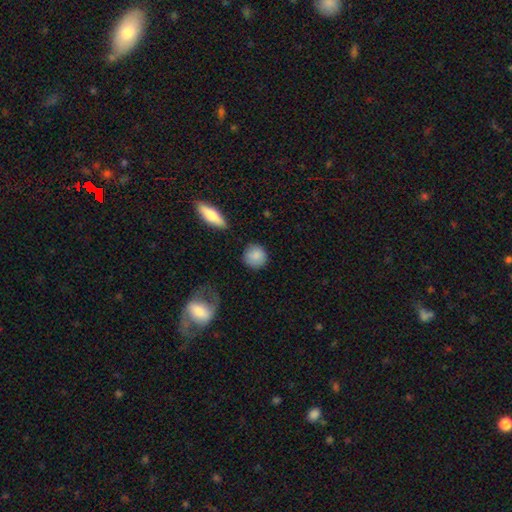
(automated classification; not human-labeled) Smooth or featured: smooth — 86% (star or artifact — 7%)
How rounded: round — 89% (in between — 9%)
Merging: none — 84% (minor disturbance — 10%)